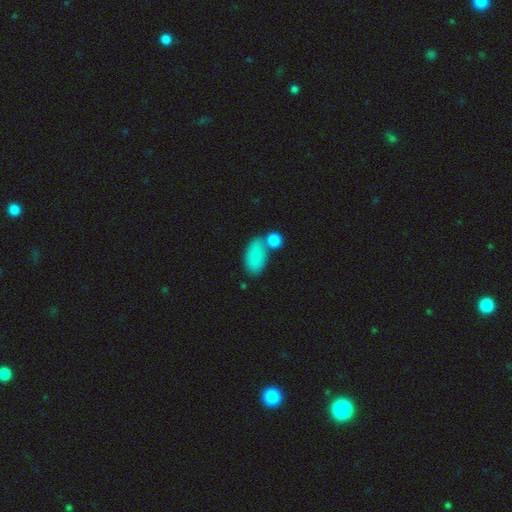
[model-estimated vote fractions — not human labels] smooth 84%, star or artifact 9%, featured or disk 8%. Down the decision tree: how rounded — in between (90%); merging — none (51%).